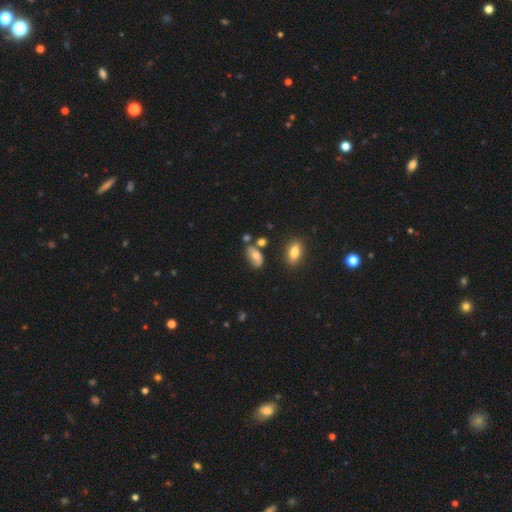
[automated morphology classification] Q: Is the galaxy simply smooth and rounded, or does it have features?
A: smooth — 66%.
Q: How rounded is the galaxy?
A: in between — 89%.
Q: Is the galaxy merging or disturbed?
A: none — 56%.